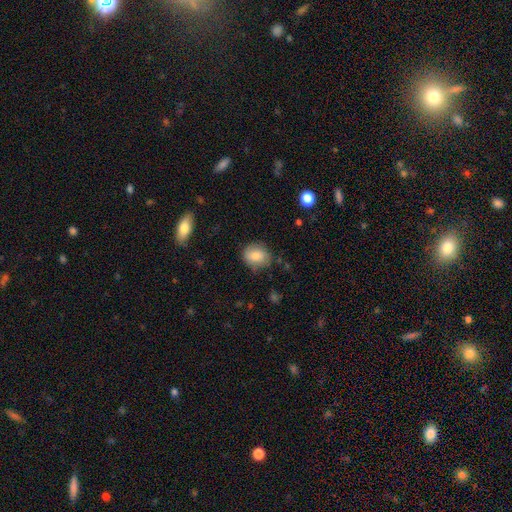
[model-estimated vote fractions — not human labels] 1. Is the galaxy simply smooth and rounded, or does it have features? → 81% smooth, 11% featured or disk, 8% star or artifact.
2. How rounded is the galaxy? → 65% round, 34% in between, 1% cigar-shaped.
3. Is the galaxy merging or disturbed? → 77% none, 18% minor disturbance, 4% major disturbance, 2% merger.